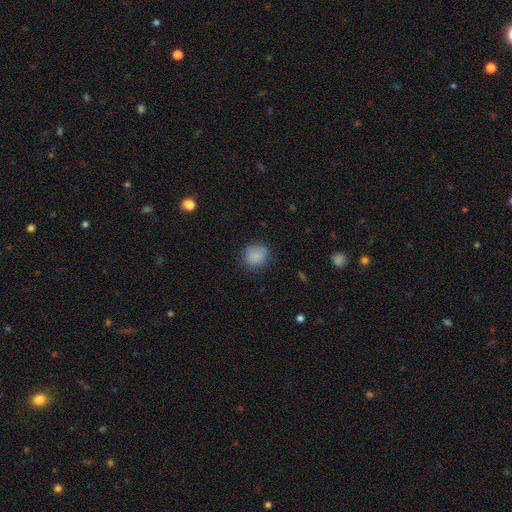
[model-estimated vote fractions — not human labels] A smooth galaxy with no disk features (84%) that is round (81%). Merging: none (76%).